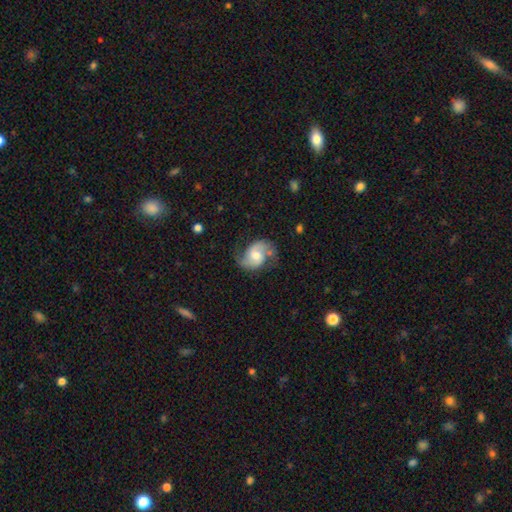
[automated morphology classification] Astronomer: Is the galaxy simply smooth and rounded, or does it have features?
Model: featured or disk — 80%.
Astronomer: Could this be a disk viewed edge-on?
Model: no — 98%.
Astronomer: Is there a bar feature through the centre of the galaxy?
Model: no — 48% (runner-up: weak, 43%).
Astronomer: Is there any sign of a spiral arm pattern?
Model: yes — 95%.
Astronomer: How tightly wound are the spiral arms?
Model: medium — 47% (runner-up: loose, 40%).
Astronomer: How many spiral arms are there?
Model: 2 — 91%.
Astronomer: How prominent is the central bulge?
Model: moderate — 61%.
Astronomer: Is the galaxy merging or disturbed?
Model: none — 67%.